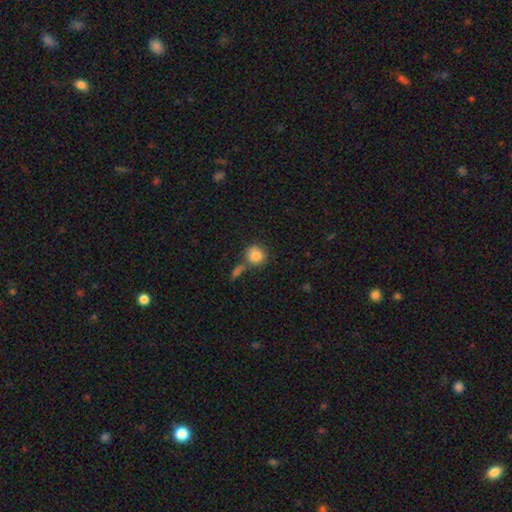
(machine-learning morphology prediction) A smooth galaxy with no disk features (83%) that is round (84%).

Vote fractions:
- Smooth or featured? smooth: 83% / star or artifact: 9% / featured or disk: 8%
- How rounded? round: 84% / in between: 14% / cigar-shaped: 1%
- Merging? none: 57% / merger: 23% / minor disturbance: 14% / major disturbance: 6%